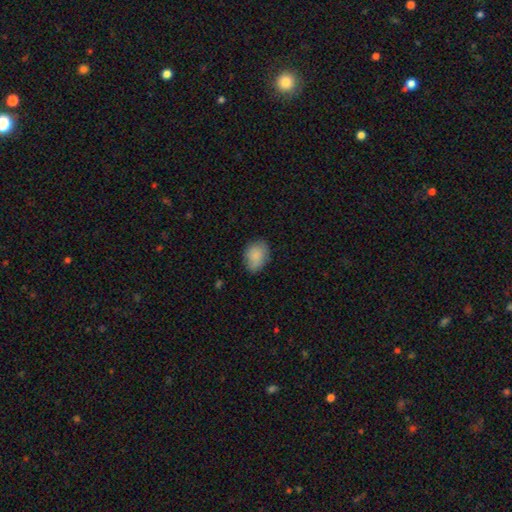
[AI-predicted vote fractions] A smooth galaxy with no disk features (86%) that is in between round and cigar-shaped (71%). Merging: none (73%).